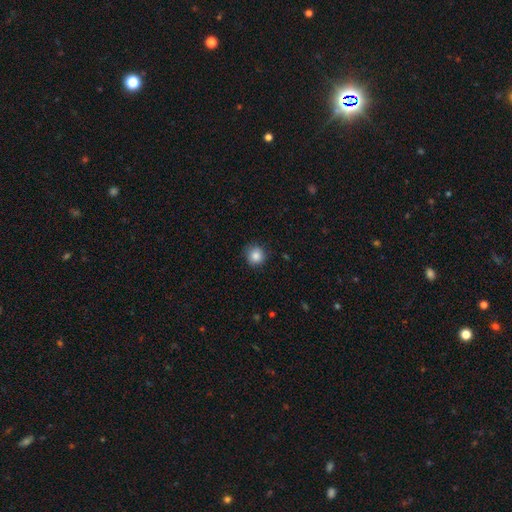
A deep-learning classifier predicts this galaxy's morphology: The model was most divided on "merging": none: 85%, minor disturbance: 11%, major disturbance: 2%, merger: 1%. More confident: how rounded — round (92%); smooth or featured — smooth (85%).